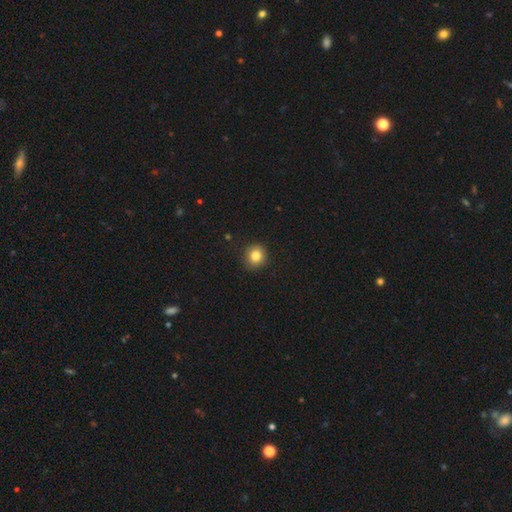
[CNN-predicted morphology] smooth_or_featured: smooth (p=0.84) [alt: star or artifact p=0.11]
how_rounded: round (p=0.89) [alt: in between p=0.10]
merging: none (p=0.90) [alt: minor disturbance p=0.07]